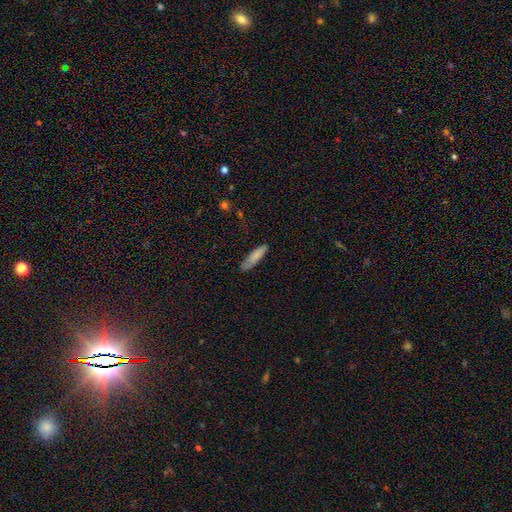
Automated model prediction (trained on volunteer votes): smooth_or_featured: smooth (p=0.82) [alt: featured or disk p=0.12]
how_rounded: cigar-shaped (p=0.72) [alt: in between p=0.26]
merging: none (p=0.78) [alt: minor disturbance p=0.17]